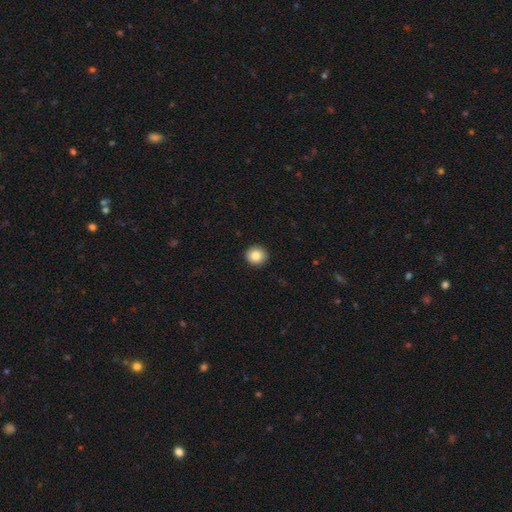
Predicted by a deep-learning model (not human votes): Smooth or featured: smooth — 84% (star or artifact — 9%)
How rounded: round — 92% (in between — 7%)
Merging: none — 92% (minor disturbance — 5%)